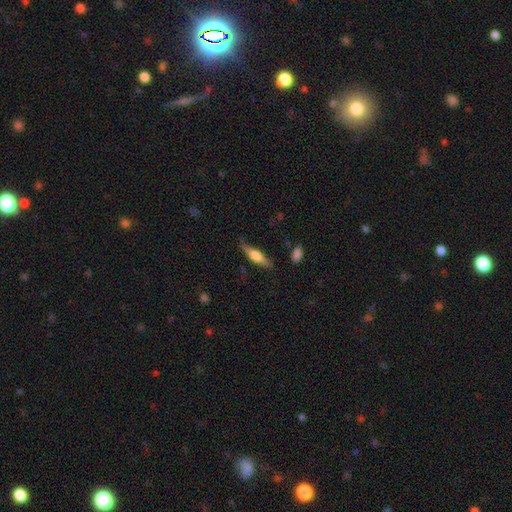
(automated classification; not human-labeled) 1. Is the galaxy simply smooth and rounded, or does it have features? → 51% smooth, 43% featured or disk, 6% star or artifact.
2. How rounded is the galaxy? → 64% cigar-shaped, 34% in between, 2% round.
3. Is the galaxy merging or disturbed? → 76% none, 17% minor disturbance, 4% major disturbance, 2% merger.